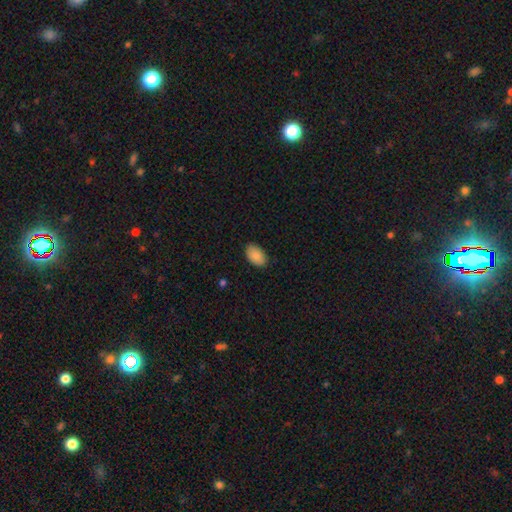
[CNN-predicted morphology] This is clearly a smooth galaxy (88%). How rounded: clearly in between (93%). Merging: clearly none (86%).